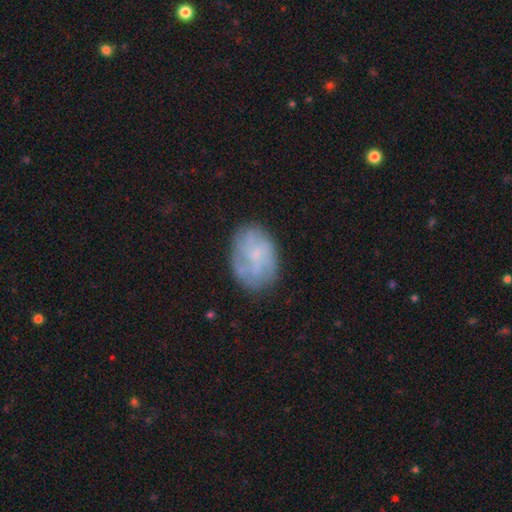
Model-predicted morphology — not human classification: Overall: featured or disk (53%; smooth 38%). Edge-on disk: no (97%). Bar: no (69%). Spiral arms: yes (62%; no 38%). Bulge size: small (46%; none 36%). Merging: none (70%).